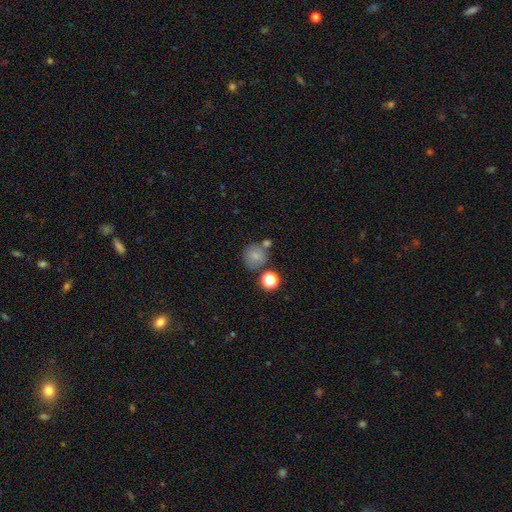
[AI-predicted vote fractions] Smooth or featured? Predicted: smooth (p=0.75). How rounded? Predicted: round (p=0.87). Merging? Predicted: none (p=0.61).